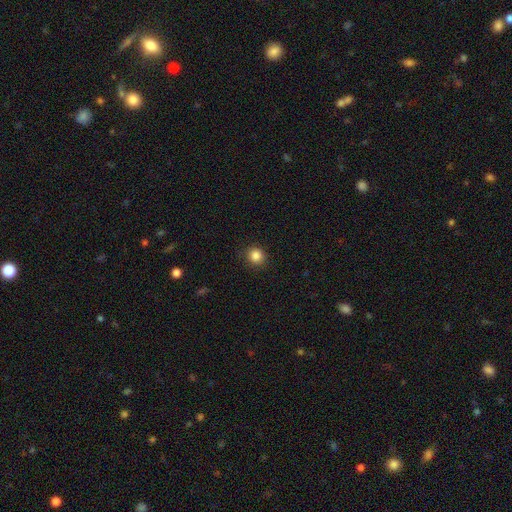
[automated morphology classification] type=smooth (86%); roundness=round (90%); merging=none (89%).